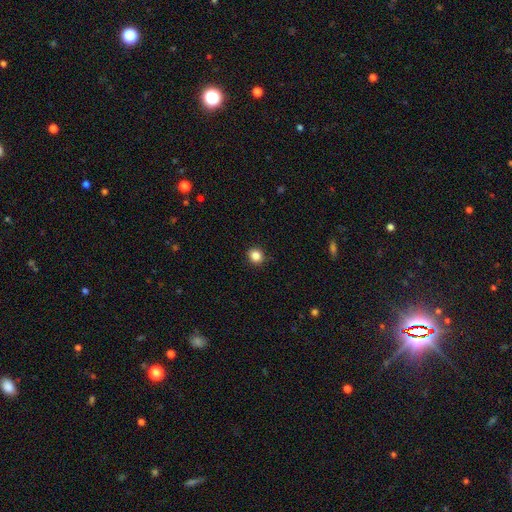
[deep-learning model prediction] smooth 85%, star or artifact 11%, featured or disk 4%. Down the decision tree: how rounded — round (85%); merging — none (91%).